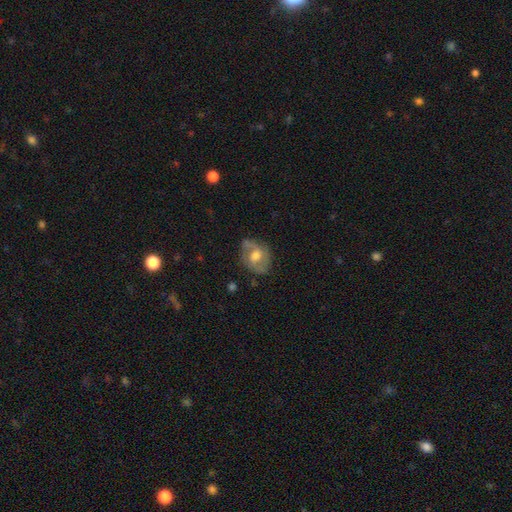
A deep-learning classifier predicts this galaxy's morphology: A featured or disk galaxy (61%) with no bar (53%), spiral arms (77%) and a moderate central bulge (65%). Merging: none (63%).